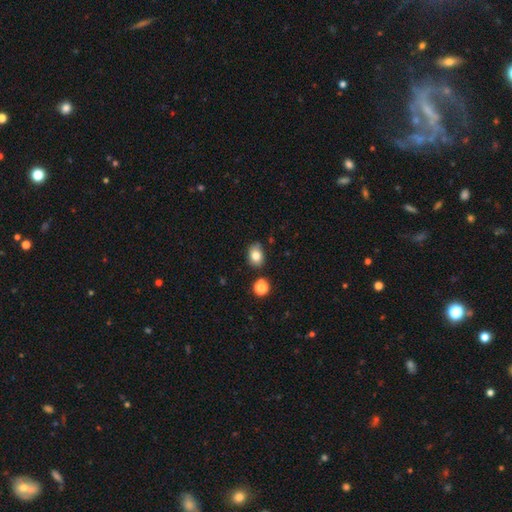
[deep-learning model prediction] Morphology: type=smooth (81%); roundness=in between (67%); merging=none (77%).